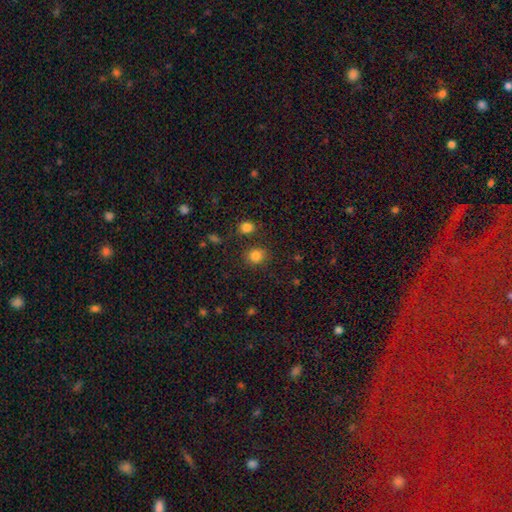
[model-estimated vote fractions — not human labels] Smooth or featured?
  - smooth: 83% *
  - star or artifact: 12%
  - featured or disk: 5%
How rounded?
  - round: 78% *
  - in between: 21%
  - cigar-shaped: 1%
Merging?
  - none: 80% *
  - minor disturbance: 10%
  - merger: 7%
  - major disturbance: 4%